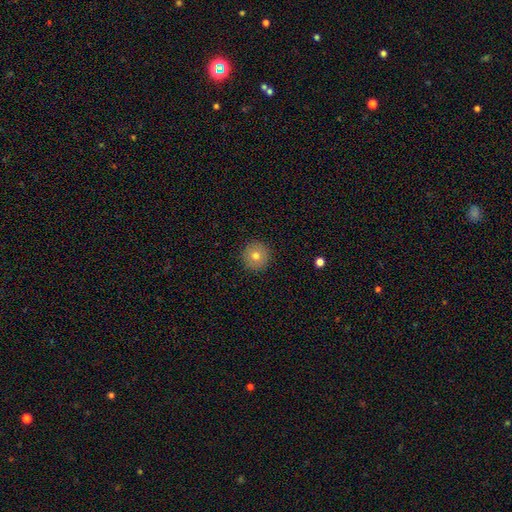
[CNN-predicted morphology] Smooth or featured? Predicted: smooth (p=0.76). How rounded? Predicted: round (p=0.95). Merging? Predicted: none (p=0.92).